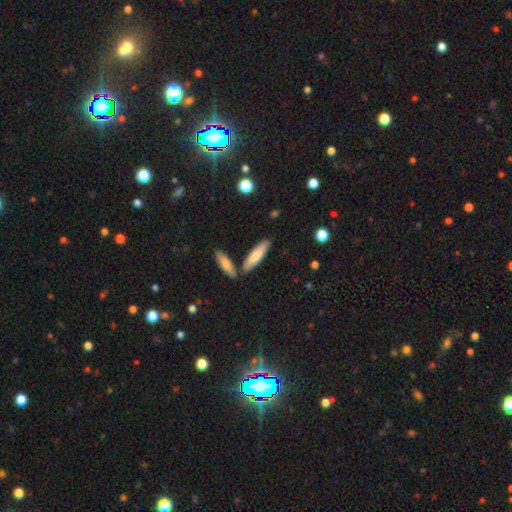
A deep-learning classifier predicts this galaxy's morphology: Smooth or featured? Predicted: smooth (p=0.79). How rounded? Predicted: cigar-shaped (p=0.65). Merging? Predicted: none (p=0.75).